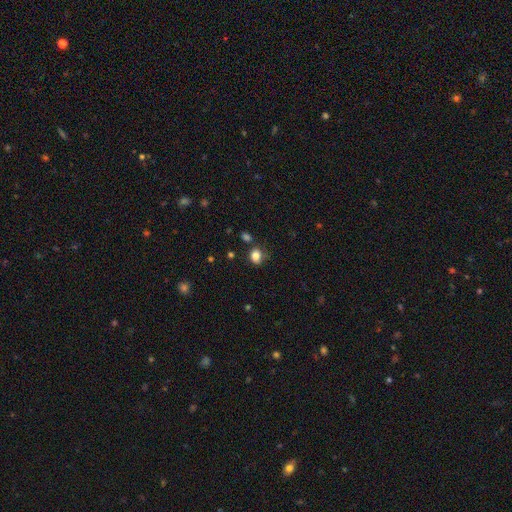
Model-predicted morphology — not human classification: smooth-or-featured: smooth: 82% | star or artifact: 11% | featured or disk: 6%
  how-rounded: round: 62% | in between: 37% | cigar-shaped: 1%
  merging: none: 71% | minor disturbance: 19% | merger: 5% | major disturbance: 5%